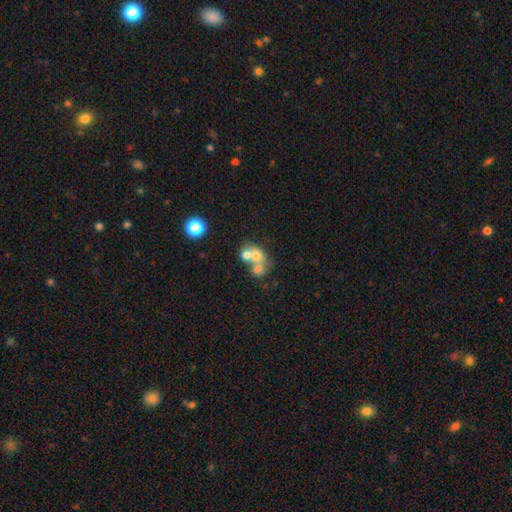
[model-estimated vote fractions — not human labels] Smooth or featured: smooth — 60% (featured or disk — 27%)
How rounded: round — 63% (in between — 36%)
Merging: merger — 63% (none — 25%)